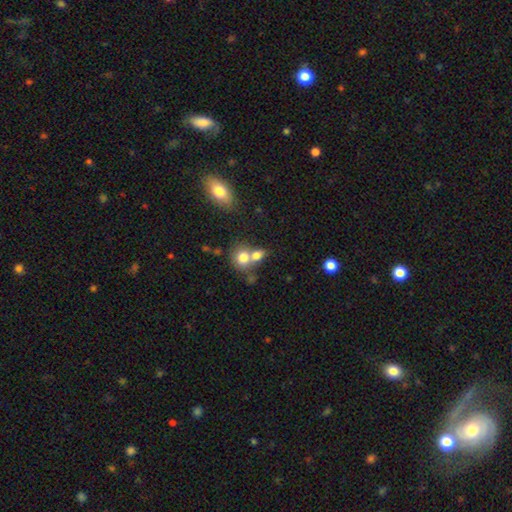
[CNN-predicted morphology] Overall: smooth (78%). How rounded: round (56%; in between 43%). Merging: merger (55%; none 33%).